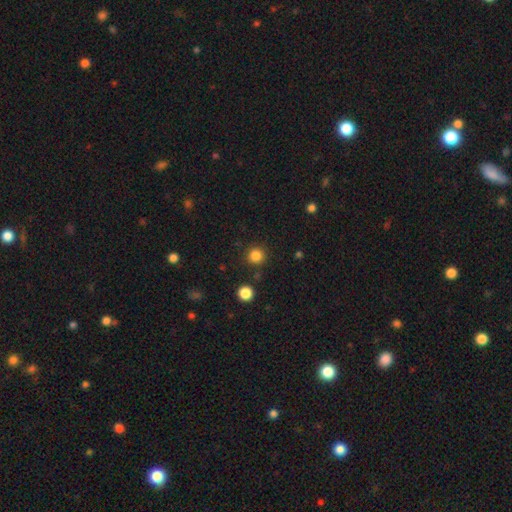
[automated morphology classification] smooth 84%, star or artifact 13%, featured or disk 4%. Down the decision tree: how rounded — round (94%); merging — none (89%).